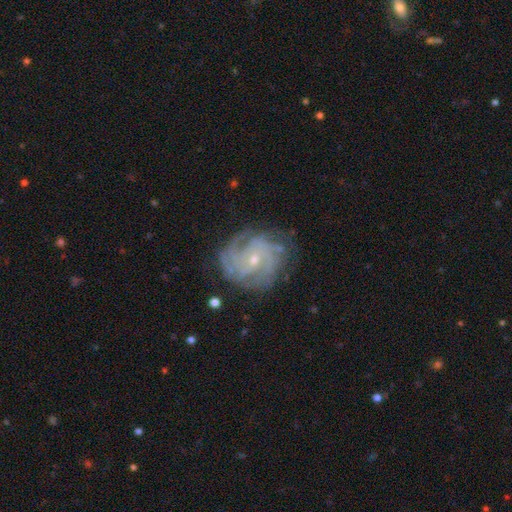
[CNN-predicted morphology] Smooth or featured?
  - featured or disk: 79% *
  - star or artifact: 11%
  - smooth: 10%
Edge-on disk?
  - no: 97% *
  - yes: 3%
Bar?
  - no: 57% *
  - weak: 35%
  - strong: 8%
Spiral arms?
  - yes: 95% *
  - no: 5%
Spiral winding?
  - tight: 62% *
  - medium: 31%
  - loose: 7%
Spiral arm count?
  - can't tell: 31% *
  - 3: 20%
  - 4: 17%
  - 2: 17%
  - more than 4: 8%
  - 1: 7%
Bulge size?
  - small: 70% *
  - moderate: 26%
  - none: 2%
  - large: 1%
  - dominant: 1%
Merging?
  - none: 78% *
  - minor disturbance: 15%
  - major disturbance: 6%
  - merger: 1%